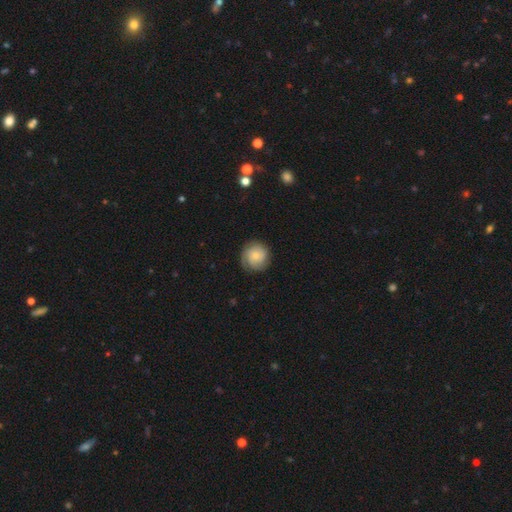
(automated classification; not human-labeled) Smooth or featured? Predicted: smooth (p=0.55). How rounded? Predicted: round (p=0.92). Merging? Predicted: none (p=0.79).